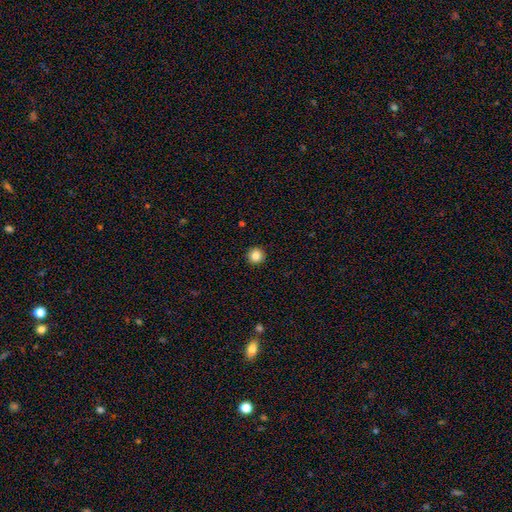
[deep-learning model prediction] This is clearly a smooth galaxy (85%). How rounded: clearly round (95%). Merging: clearly none (93%).